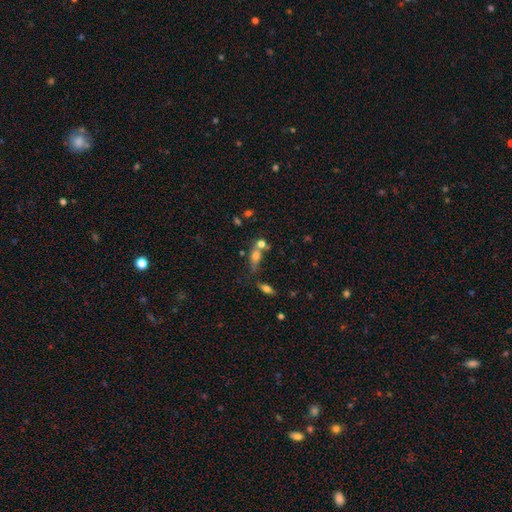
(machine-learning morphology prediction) smooth 59%, featured or disk 28%, star or artifact 13%. Down the decision tree: how rounded — in between (55%); merging — none (43%).